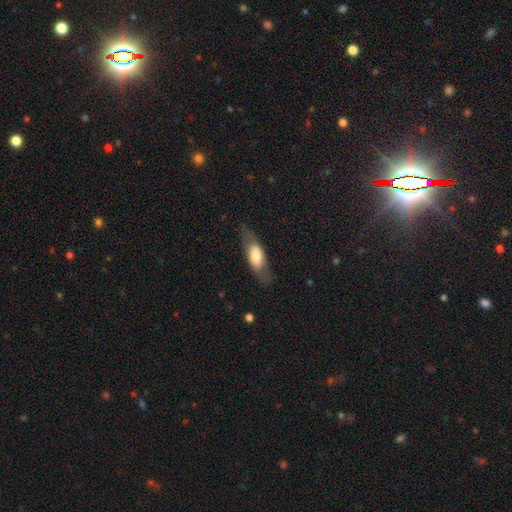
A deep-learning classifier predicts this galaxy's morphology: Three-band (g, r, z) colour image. It shows a smooth galaxy with no disk features (58%) that is in between round and cigar-shaped (64%). Merging: none (74%).